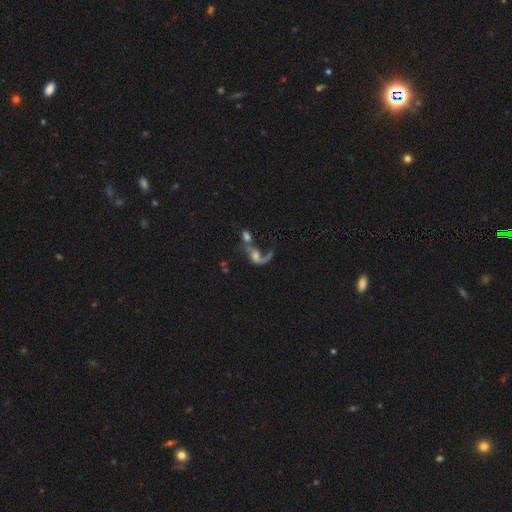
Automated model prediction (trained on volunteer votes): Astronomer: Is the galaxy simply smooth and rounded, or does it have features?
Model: featured or disk — 65%.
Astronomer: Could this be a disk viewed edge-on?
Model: no — 94%.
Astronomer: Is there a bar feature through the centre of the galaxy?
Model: no — 65%.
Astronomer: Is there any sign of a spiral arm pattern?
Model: yes — 75%.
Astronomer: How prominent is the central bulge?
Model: moderate — 39% (runner-up: small, 31%).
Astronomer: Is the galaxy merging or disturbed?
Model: merger — 55%.